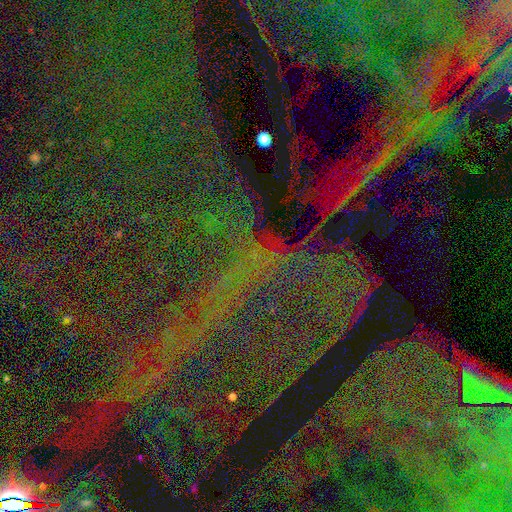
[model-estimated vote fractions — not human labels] Smooth or featured?
  - star or artifact: 84% *
  - featured or disk: 8%
  - smooth: 8%